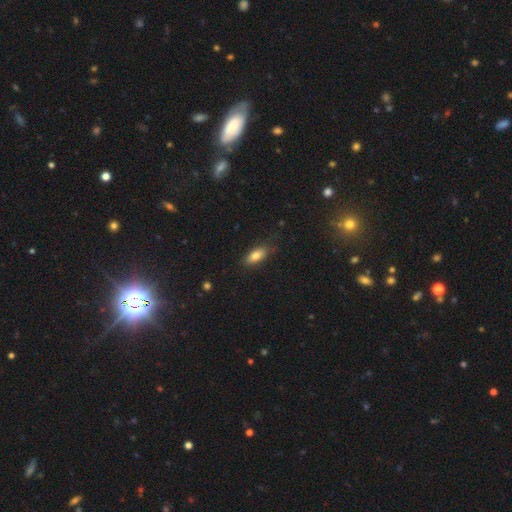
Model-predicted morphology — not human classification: A smooth galaxy with no disk features (80%) that is in between round and cigar-shaped (85%).

Vote fractions:
- Smooth or featured? smooth: 80% / featured or disk: 12% / star or artifact: 8%
- How rounded? in between: 85% / cigar-shaped: 12% / round: 4%
- Merging? none: 79% / minor disturbance: 16% / major disturbance: 4% / merger: 1%